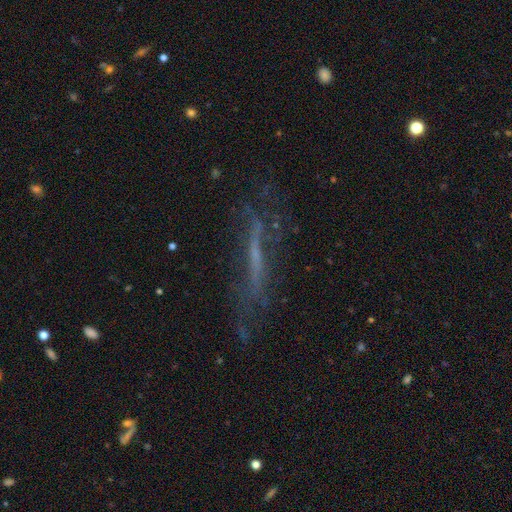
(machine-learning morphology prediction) Smooth or featured? Predicted: featured or disk (p=0.57). Edge-on disk? Predicted: yes (p=0.67). Merging? Predicted: none (p=0.61).